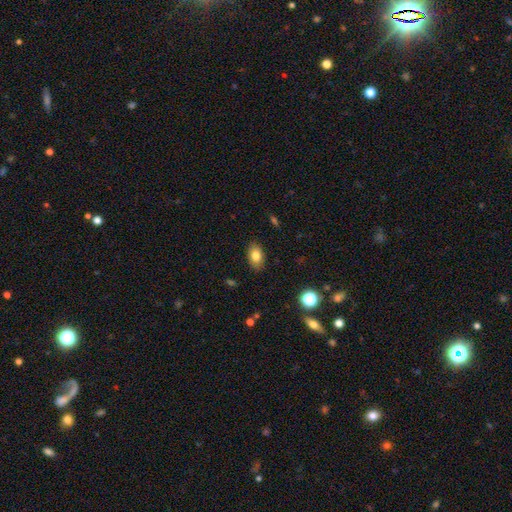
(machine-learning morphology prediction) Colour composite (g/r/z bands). It shows a smooth galaxy with no disk features (82%) that is in between round and cigar-shaped (87%). Merging: none (87%).